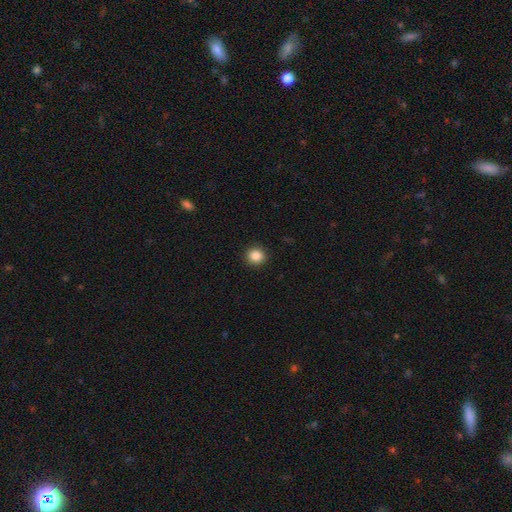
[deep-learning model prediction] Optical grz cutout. It shows a smooth galaxy with no disk features (87%) that is round (89%). Merging: none (91%).